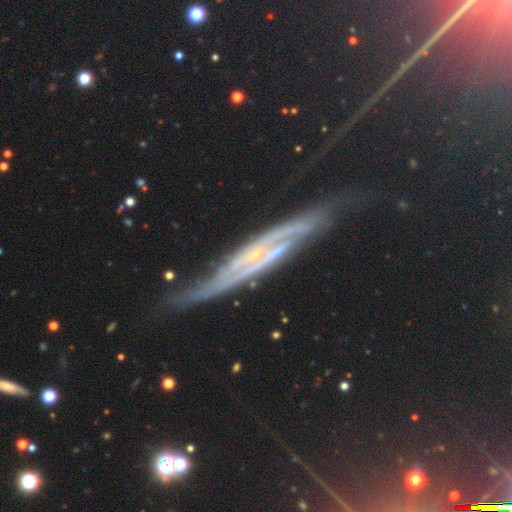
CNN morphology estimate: Overall: featured or disk (67%). Edge-on disk: no (50%, tied with yes). Merging: none (65%).